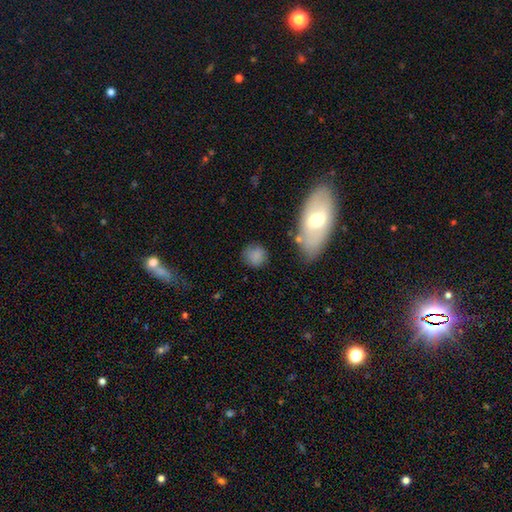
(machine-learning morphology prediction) Smooth or featured: smooth — 80% (featured or disk — 10%)
How rounded: round — 78% (in between — 20%)
Merging: none — 68% (minor disturbance — 19%)